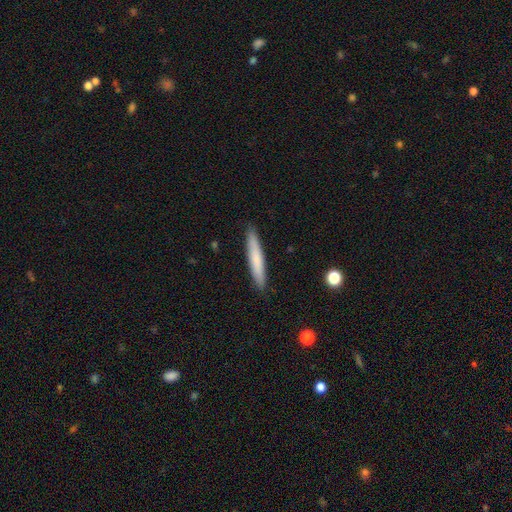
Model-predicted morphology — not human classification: This is likely a smooth galaxy (73%). How rounded: clearly cigar-shaped (94%). Merging: clearly none (90%).